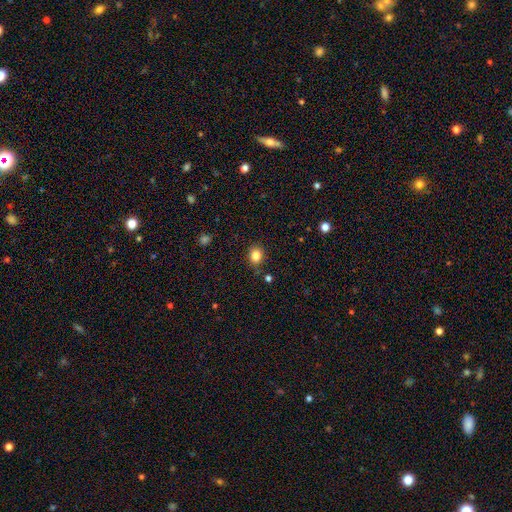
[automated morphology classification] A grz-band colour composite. It shows a smooth galaxy with no disk features (83%) that is round (70%). Merging: none (86%).